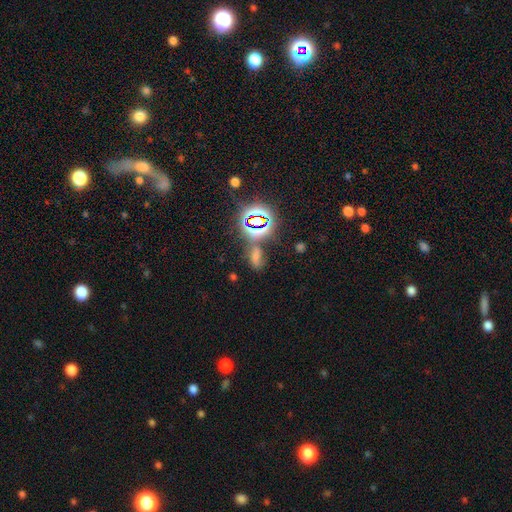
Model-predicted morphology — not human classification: type=smooth (45%); merging=none (52%).